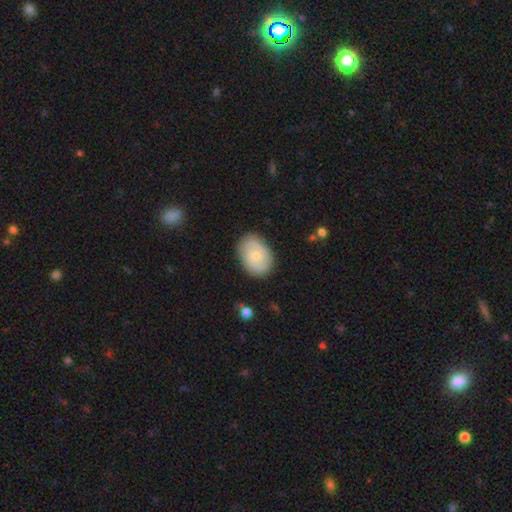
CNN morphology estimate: Smooth or featured? featured or disk (55%)
Edge-on disk? no (97%)
Bar? no (65%)
Spiral arms? yes (86%)
Bulge size? small (70%)
Merging? none (83%)